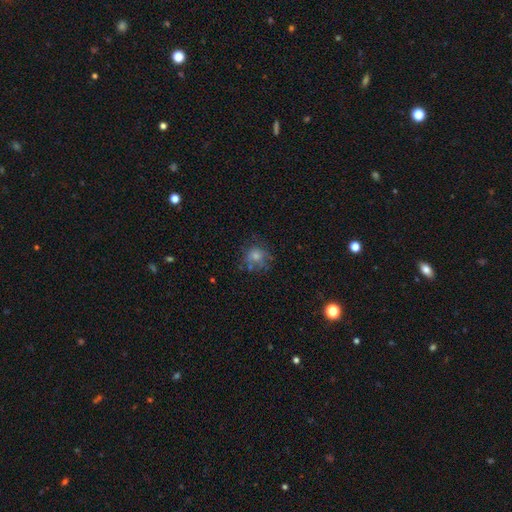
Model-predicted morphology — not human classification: Smooth or featured? Predicted: smooth (p=0.55). How rounded? Predicted: round (p=0.81). Merging? Predicted: none (p=0.66).